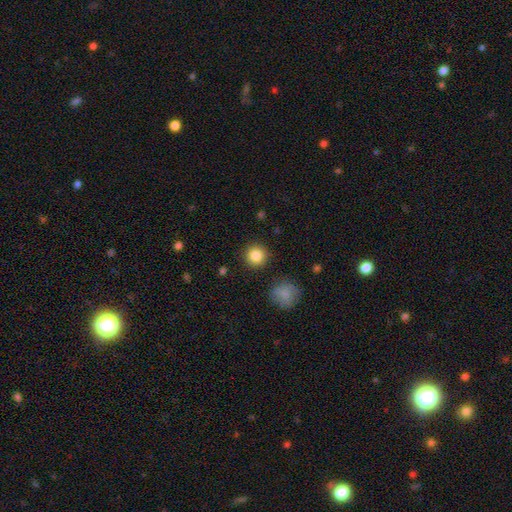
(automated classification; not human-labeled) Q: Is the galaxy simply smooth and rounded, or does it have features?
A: smooth — 86%.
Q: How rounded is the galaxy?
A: round — 94%.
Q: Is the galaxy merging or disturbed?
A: none — 89%.